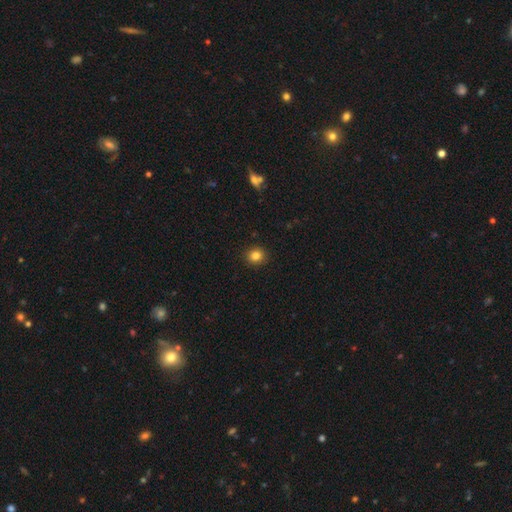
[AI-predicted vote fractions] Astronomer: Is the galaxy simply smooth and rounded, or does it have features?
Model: smooth — 84%.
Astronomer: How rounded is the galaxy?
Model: round — 82%.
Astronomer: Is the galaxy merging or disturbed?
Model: none — 91%.